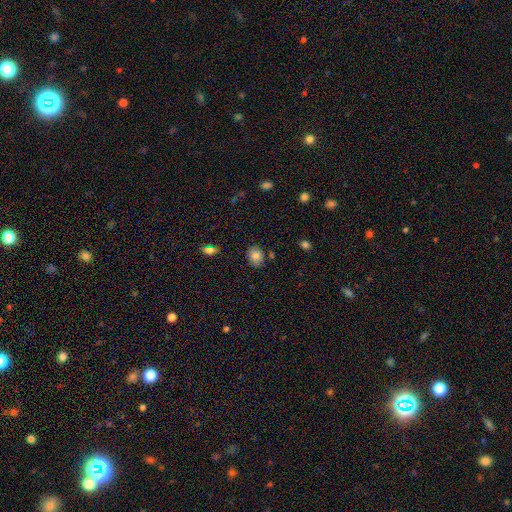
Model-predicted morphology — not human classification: Overall: smooth (80%). How rounded: in between (52%; round 47%). Merging: none (81%).